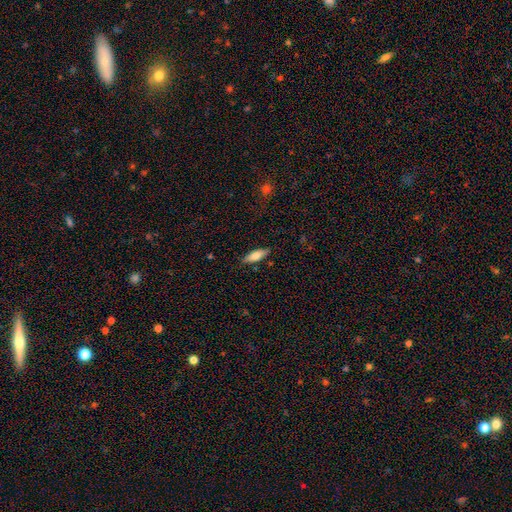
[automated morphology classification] smooth-or-featured: smooth: 72% | featured or disk: 22% | star or artifact: 6%
  how-rounded: in between: 56% | cigar-shaped: 42% | round: 2%
  merging: none: 85% | minor disturbance: 12% | major disturbance: 2% | merger: 1%